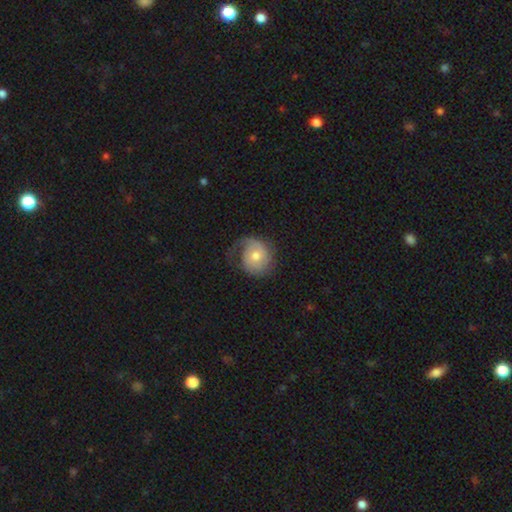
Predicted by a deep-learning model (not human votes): Smooth or featured?
  - featured or disk: 63% *
  - smooth: 30%
  - star or artifact: 6%
Edge-on disk?
  - no: 97% *
  - yes: 3%
Bar?
  - no: 75% *
  - weak: 21%
  - strong: 3%
Spiral arms?
  - yes: 89% *
  - no: 11%
Spiral winding?
  - tight: 43% *
  - medium: 34%
  - loose: 23%
Spiral arm count?
  - 2: 43% *
  - 1: 24%
  - can't tell: 20%
  - 3: 8%
  - 4: 3%
  - more than 4: 3%
Bulge size?
  - moderate: 65% *
  - small: 28%
  - large: 5%
  - none: 1%
  - dominant: 1%
Merging?
  - none: 55% *
  - minor disturbance: 25%
  - major disturbance: 19%
  - merger: 1%